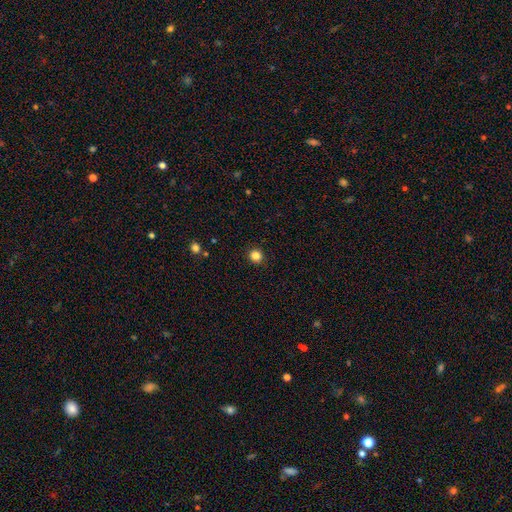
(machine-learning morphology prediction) Smooth or featured? Predicted: smooth (p=0.85). How rounded? Predicted: round (p=0.92). Merging? Predicted: none (p=0.92).